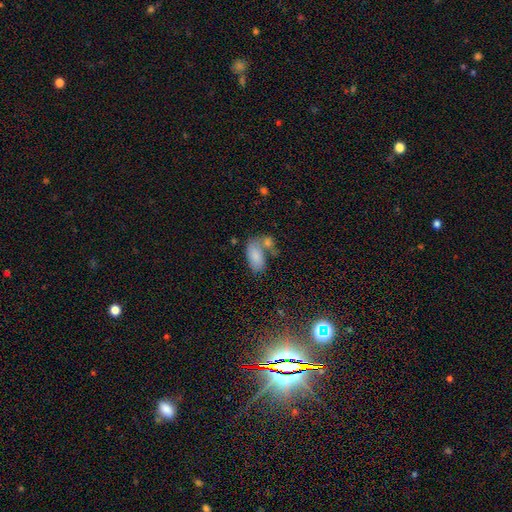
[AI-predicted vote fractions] smooth-or-featured: smooth: 79% | featured or disk: 13% | star or artifact: 8%
  how-rounded: in between: 93% | round: 5% | cigar-shaped: 2%
  merging: merger: 40% | none: 36% | minor disturbance: 16% | major disturbance: 8%